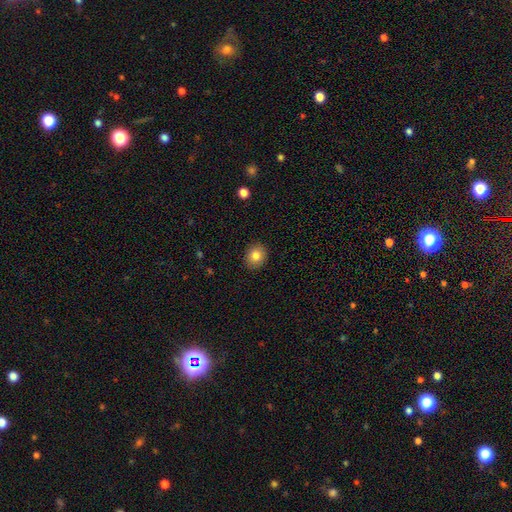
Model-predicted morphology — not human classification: Smooth or featured: smooth — 83% (star or artifact — 9%)
How rounded: round — 68% (in between — 31%)
Merging: none — 90% (minor disturbance — 7%)